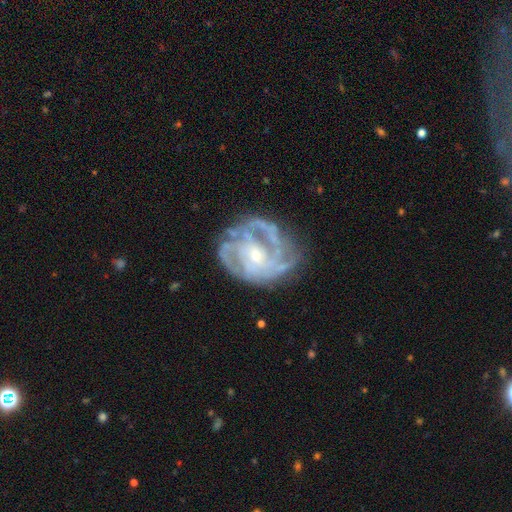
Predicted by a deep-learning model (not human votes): The model was most divided on "spiral arm count": 3: 28%, can't tell: 26%, 2: 18%, 4: 16%, more than 4: 6%, 1: 6%. More confident: edge-on disk — no (98%); spiral arms — yes (93%); smooth or featured — featured or disk (88%); bulge size — small (71%); bar — no (64%); merging — none (63%); spiral winding — tight (54%).